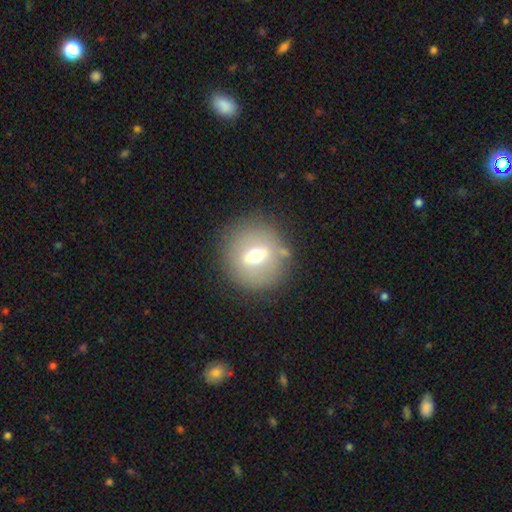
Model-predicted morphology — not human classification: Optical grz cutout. It shows a featured or disk galaxy (48%). Merging: none (80%).